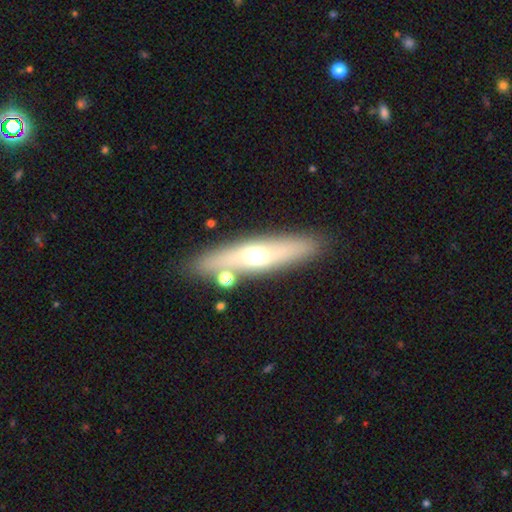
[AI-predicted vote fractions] This is possibly a featured or disk galaxy (51%). It is likely viewed edge-on (72%). Merging: clearly none (81%).